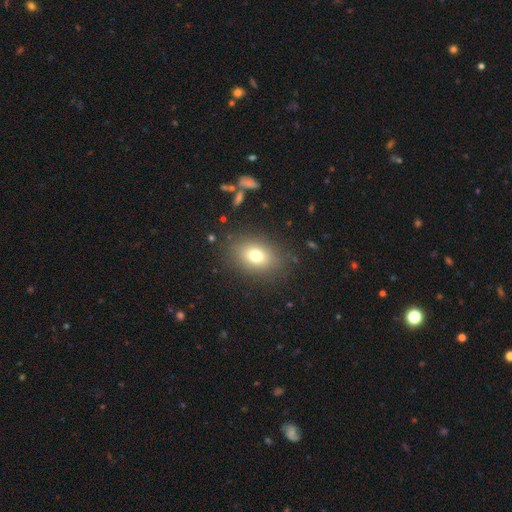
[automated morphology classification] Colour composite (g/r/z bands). It shows a smooth galaxy with no disk features (74%) that is in between round and cigar-shaped (70%). Merging: none (85%).